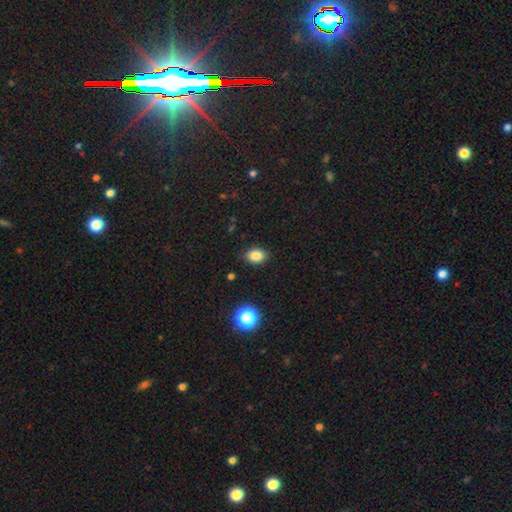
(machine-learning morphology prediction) smooth_or_featured: smooth (p=0.84) [alt: star or artifact p=0.11]
how_rounded: in between (p=0.74) [alt: round p=0.25]
merging: none (p=0.87) [alt: minor disturbance p=0.10]